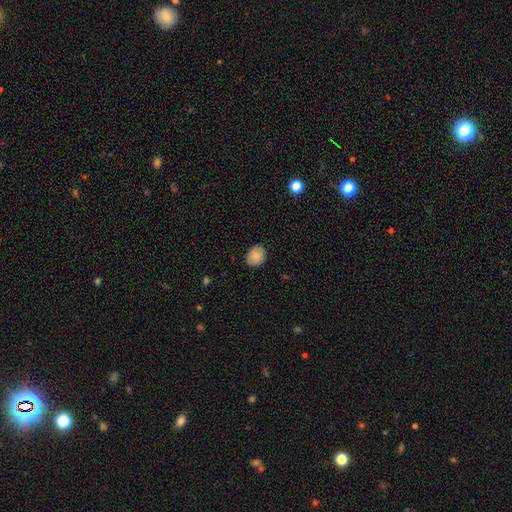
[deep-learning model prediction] The model was most divided on "how rounded": in between: 50%, round: 49%, cigar-shaped: 1%. More confident: smooth or featured — smooth (84%); merging — none (82%).